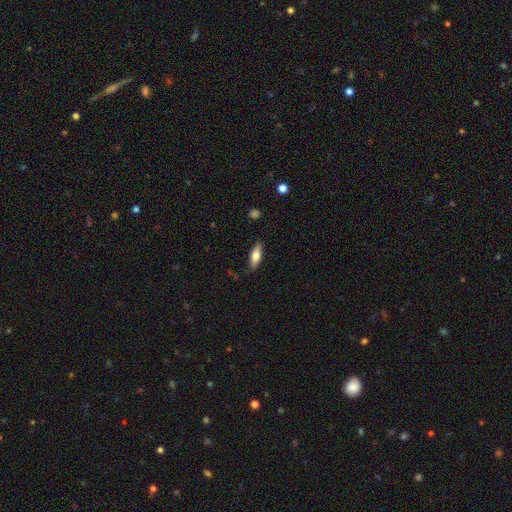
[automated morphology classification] smooth_or_featured: smooth (p=0.73) [alt: featured or disk p=0.21]
how_rounded: in between (p=0.66) [alt: cigar-shaped p=0.31]
merging: none (p=0.85) [alt: minor disturbance p=0.12]